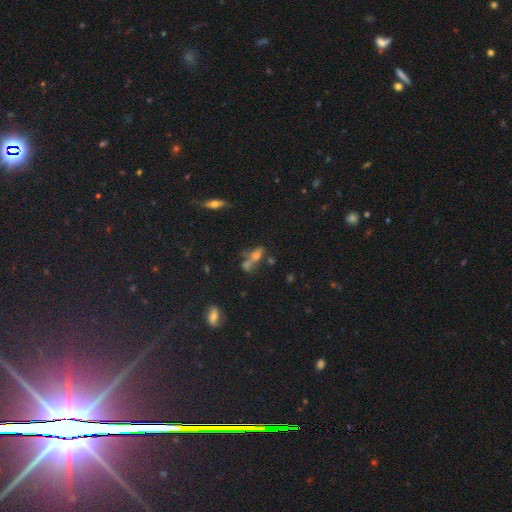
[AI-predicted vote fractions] A smooth galaxy with no disk features (51%) that is in between round and cigar-shaped (64%). Merging: merger (43%).